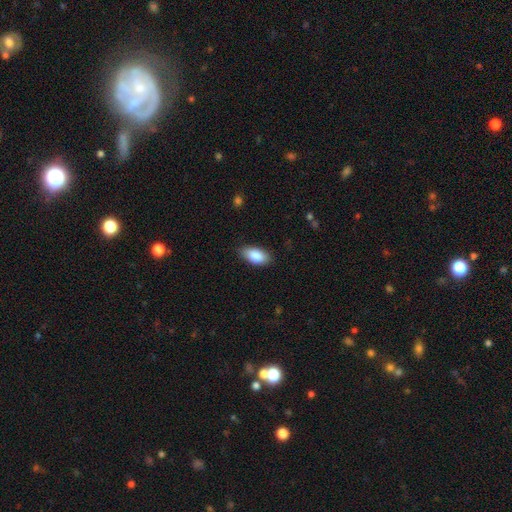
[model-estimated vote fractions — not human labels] This appears to be a smooth galaxy with no disk features (87%) that is in between round and cigar-shaped (93%). Merging: none (84%).